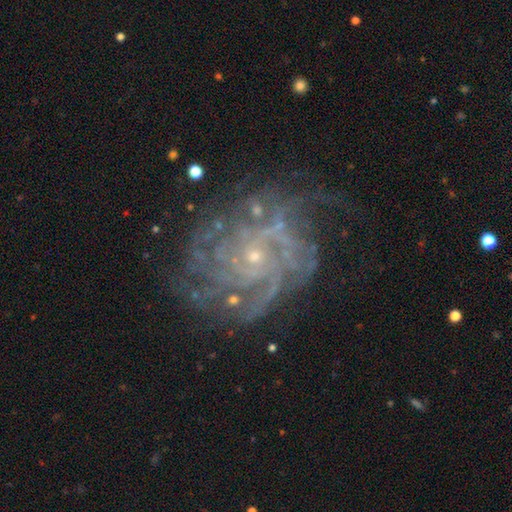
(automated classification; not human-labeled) A featured or disk galaxy (86%) with no bar (76%), tight (67%) spiral arms (95%) and a small central bulge (85%). Merging: none (67%).